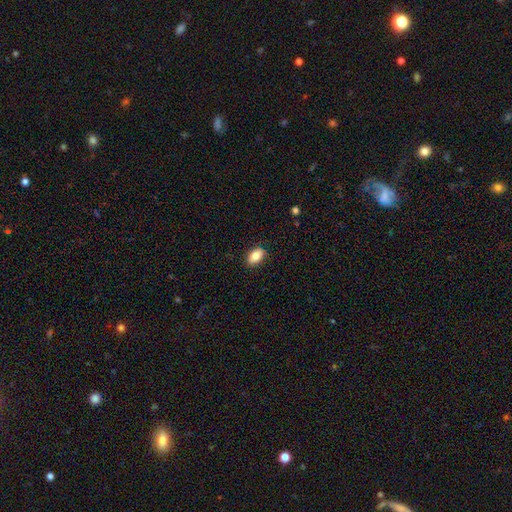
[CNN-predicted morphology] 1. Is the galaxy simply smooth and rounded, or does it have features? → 84% smooth, 9% featured or disk, 7% star or artifact.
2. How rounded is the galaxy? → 90% in between, 7% round, 2% cigar-shaped.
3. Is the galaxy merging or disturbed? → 87% none, 10% minor disturbance, 2% major disturbance, 1% merger.